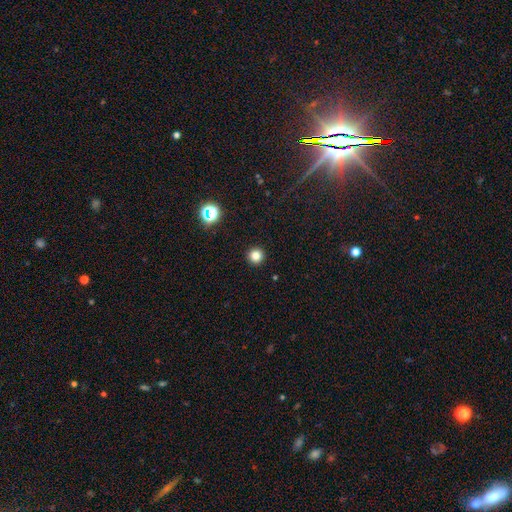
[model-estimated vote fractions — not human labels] Morphology: type=smooth (81%); roundness=round (96%); merging=none (94%).